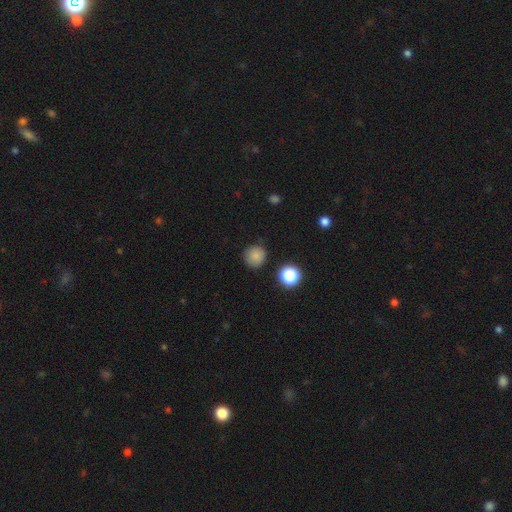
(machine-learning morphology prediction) Smooth or featured: smooth — 82% (star or artifact — 12%)
How rounded: round — 92% (in between — 7%)
Merging: none — 84% (minor disturbance — 11%)